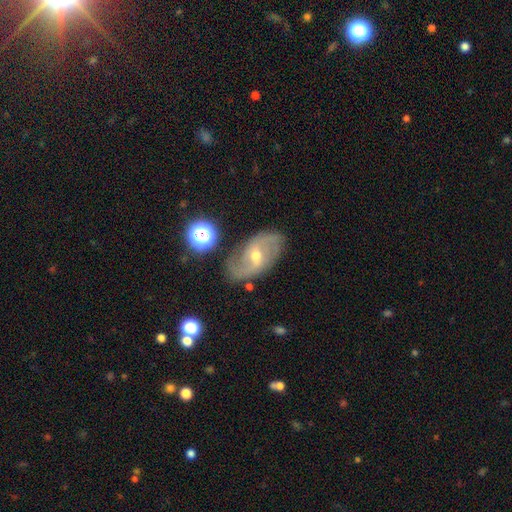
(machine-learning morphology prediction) Smooth or featured? Predicted: featured or disk (p=0.80). Edge-on disk? Predicted: no (p=0.95). Bar? Predicted: weak (p=0.49). Spiral arms? Predicted: yes (p=0.92). Spiral winding? Predicted: medium (p=0.44). Spiral arm count? Predicted: 2 (p=0.81). Bulge size? Predicted: small (p=0.50). Merging? Predicted: none (p=0.79).